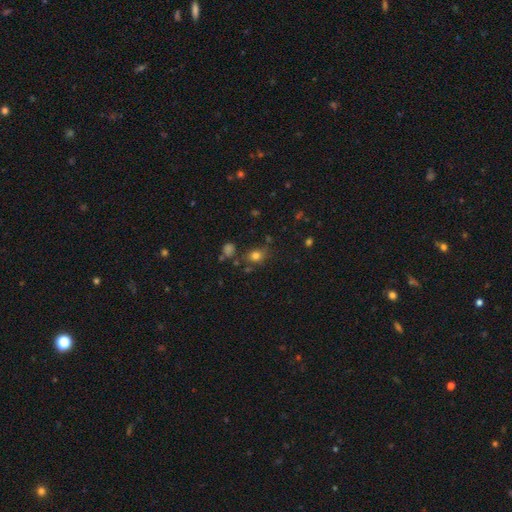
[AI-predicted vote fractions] Morphology: type=smooth (77%); roundness=round (54%); merging=none (72%).